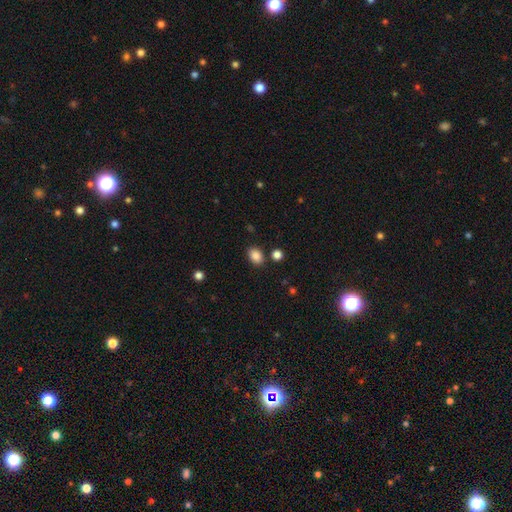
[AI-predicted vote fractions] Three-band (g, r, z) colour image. It shows a smooth galaxy with no disk features (87%) that is in between round and cigar-shaped (70%). Merging: none (83%).